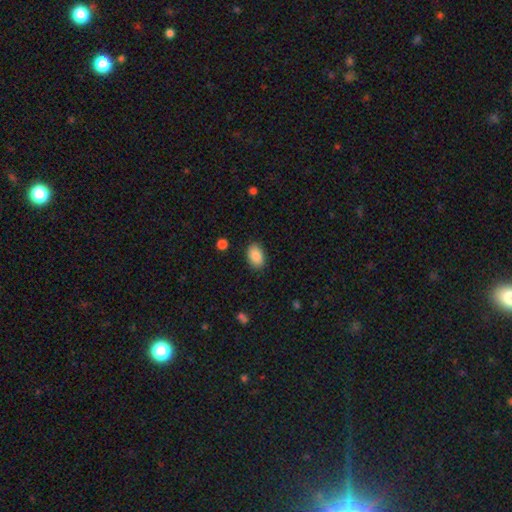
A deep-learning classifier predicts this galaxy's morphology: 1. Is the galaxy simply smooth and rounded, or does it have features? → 88% smooth, 7% star or artifact, 5% featured or disk.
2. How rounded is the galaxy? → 90% in between, 8% round, 1% cigar-shaped.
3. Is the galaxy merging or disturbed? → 87% none, 9% minor disturbance, 2% major disturbance, 1% merger.